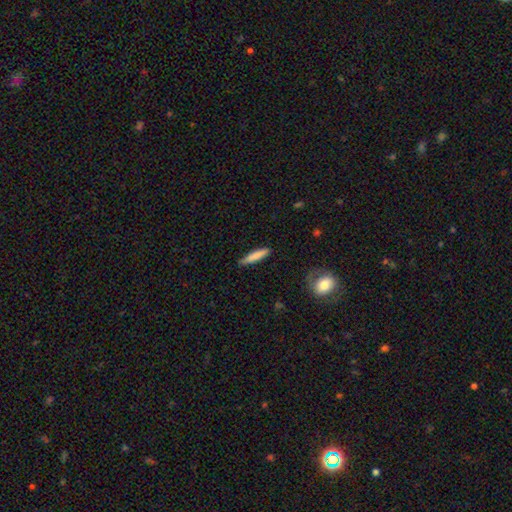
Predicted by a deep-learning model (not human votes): Smooth or featured?
  - smooth: 81% *
  - featured or disk: 14%
  - star or artifact: 6%
How rounded?
  - cigar-shaped: 88% *
  - in between: 11%
  - round: 1%
Merging?
  - none: 86% *
  - minor disturbance: 10%
  - major disturbance: 2%
  - merger: 1%